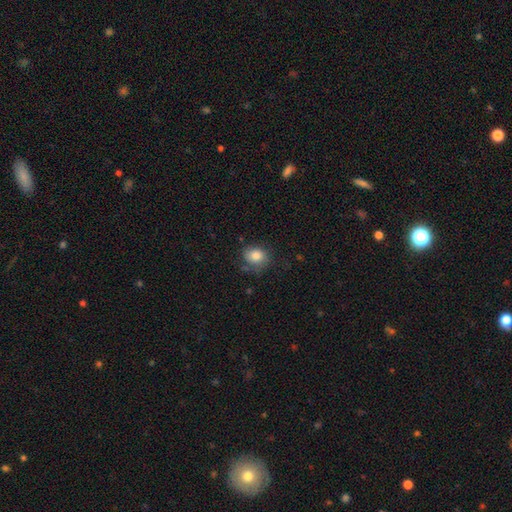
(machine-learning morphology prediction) smooth-or-featured: smooth: 81% | featured or disk: 10% | star or artifact: 9%
  how-rounded: round: 57% | in between: 42% | cigar-shaped: 1%
  merging: none: 66% | minor disturbance: 23% | major disturbance: 8% | merger: 3%